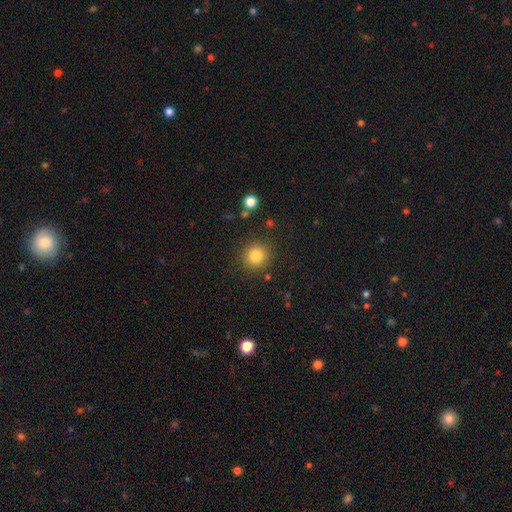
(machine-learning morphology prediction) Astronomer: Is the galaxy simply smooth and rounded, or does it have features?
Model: smooth — 83%.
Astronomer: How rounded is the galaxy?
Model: round — 91%.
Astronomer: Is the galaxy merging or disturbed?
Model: none — 87%.